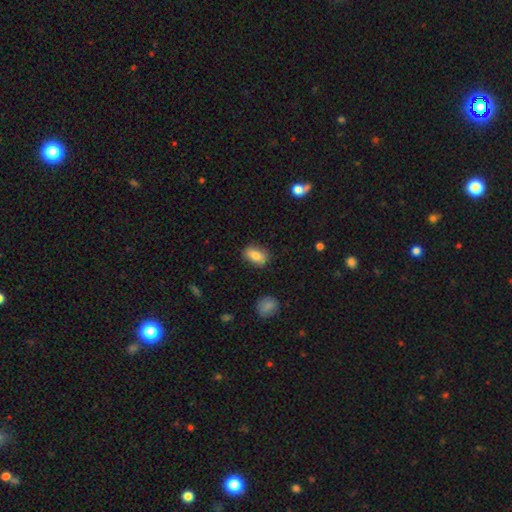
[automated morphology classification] A smooth galaxy with no disk features (82%) that is in between round and cigar-shaped (87%). Merging: none (82%).